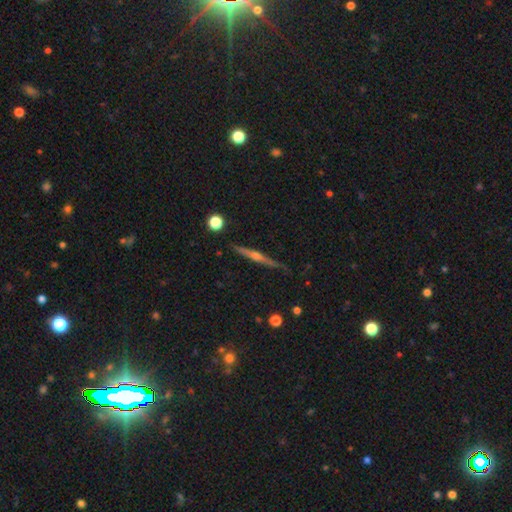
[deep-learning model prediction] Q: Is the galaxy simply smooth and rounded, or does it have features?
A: featured or disk — 78%.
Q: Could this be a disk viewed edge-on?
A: yes — 98%.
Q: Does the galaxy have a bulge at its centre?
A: rounded — 88%.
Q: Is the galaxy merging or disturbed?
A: none — 89%.